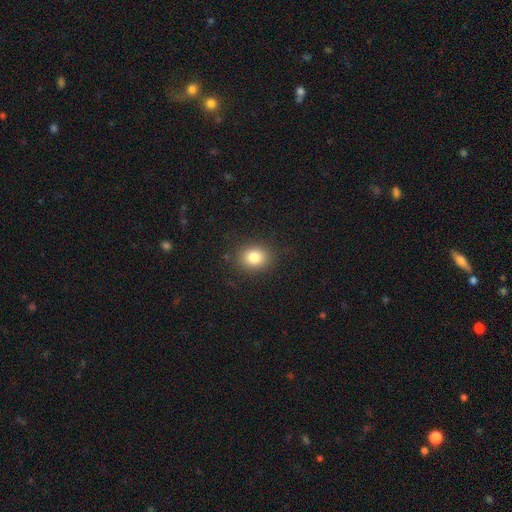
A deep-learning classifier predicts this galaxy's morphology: Smooth or featured? Predicted: smooth (p=0.81). How rounded? Predicted: round (p=0.60). Merging? Predicted: none (p=0.90).